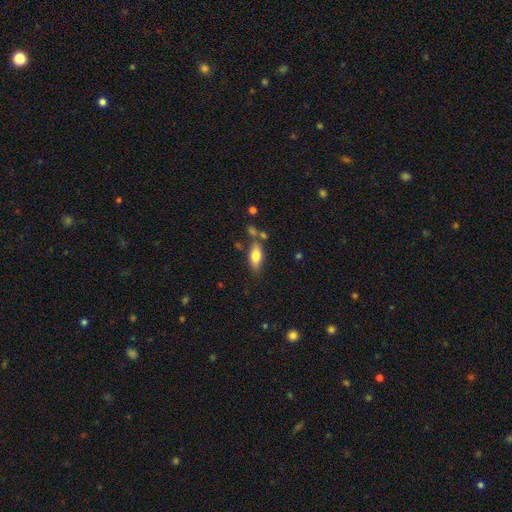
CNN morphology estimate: type=smooth (77%); roundness=in between (84%); merging=none (63%).